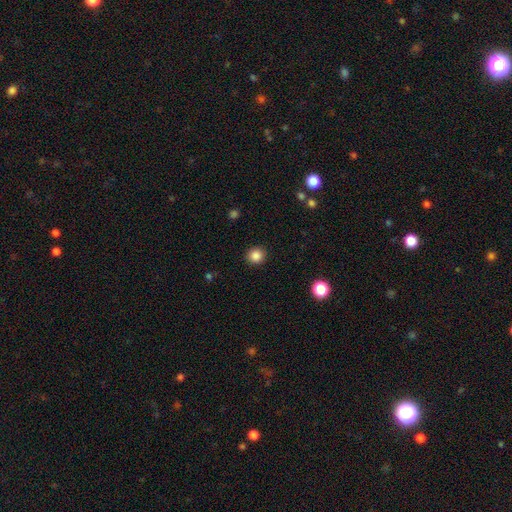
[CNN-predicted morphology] A smooth galaxy with no disk features (86%) that is round (92%). Merging: none (91%).